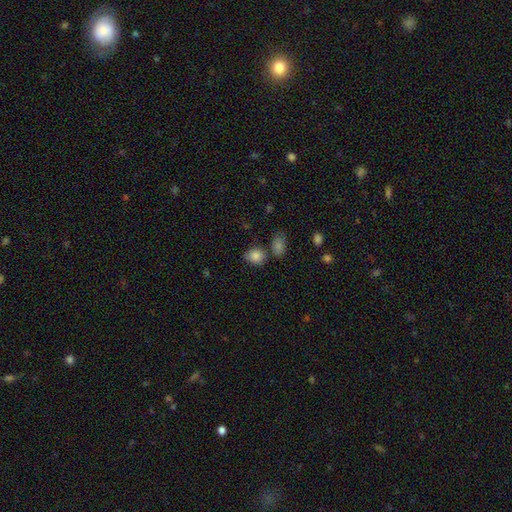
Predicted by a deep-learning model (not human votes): The model was most divided on "how rounded": in between: 51%, round: 48%, cigar-shaped: 1%. More confident: smooth or featured — smooth (86%); merging — none (63%).